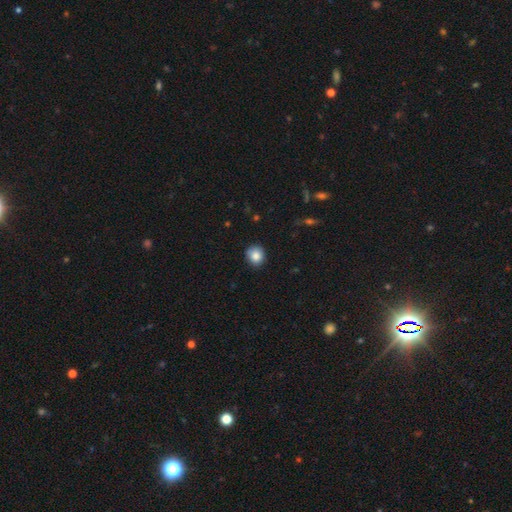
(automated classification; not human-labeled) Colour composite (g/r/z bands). It shows a smooth galaxy with no disk features (85%) that is round (77%). Merging: none (85%).